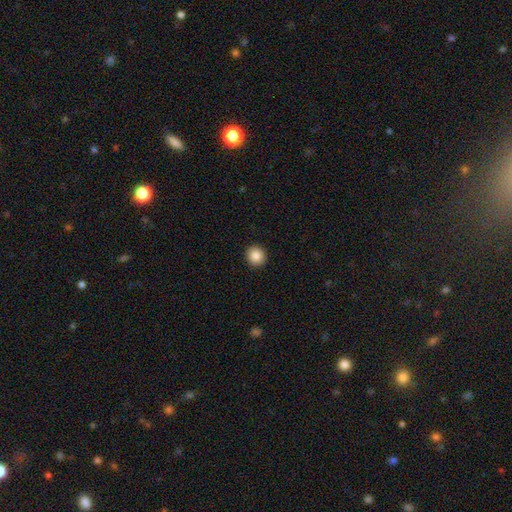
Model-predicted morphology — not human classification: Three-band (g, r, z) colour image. It shows a smooth galaxy with no disk features (86%) that is round (90%). Merging: none (93%).